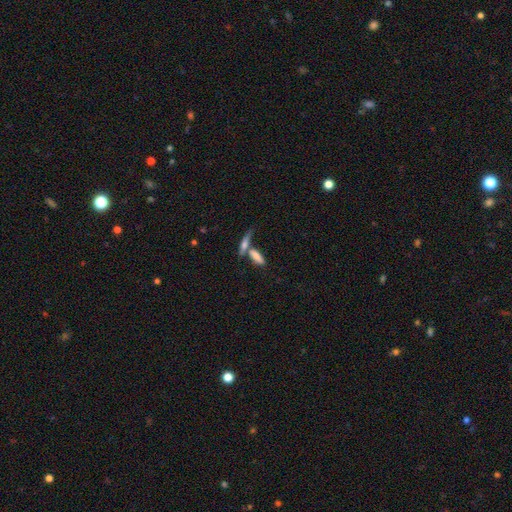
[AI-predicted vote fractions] The model was most divided on "merging": merger: 45%, none: 40%, minor disturbance: 10%, major disturbance: 5%. More confident: smooth or featured — smooth (67%); how rounded — in between (53%).